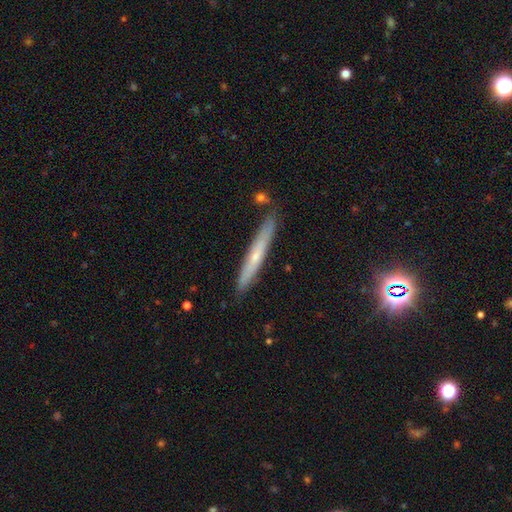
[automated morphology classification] Smooth or featured? Predicted: featured or disk (p=0.52). Edge-on disk? Predicted: yes (p=0.91). Merging? Predicted: none (p=0.85).